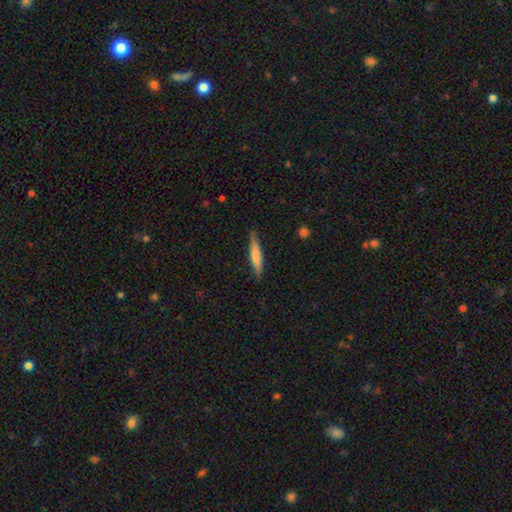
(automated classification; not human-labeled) This appears to be a smooth galaxy with no disk features (66%) that is cigar-shaped (90%). Merging: none (84%).